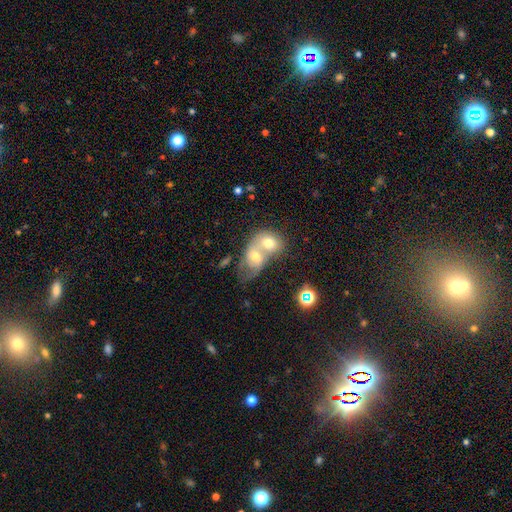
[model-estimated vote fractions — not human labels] Smooth or featured? Predicted: smooth (p=0.50). Merging? Predicted: merger (p=0.76).